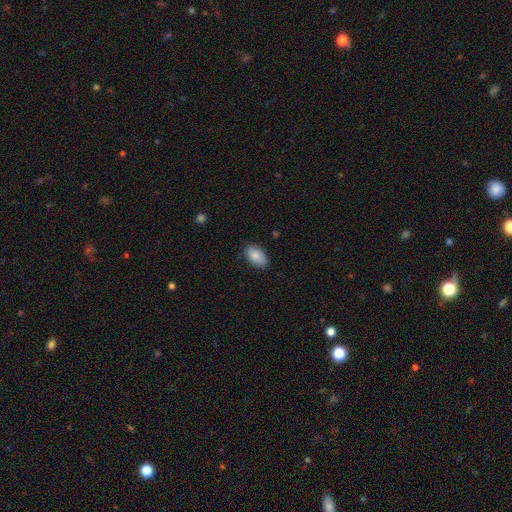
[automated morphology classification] smooth_or_featured: smooth (p=0.87) [alt: star or artifact p=0.06]
how_rounded: in between (p=0.94) [alt: round p=0.04]
merging: none (p=0.84) [alt: minor disturbance p=0.12]